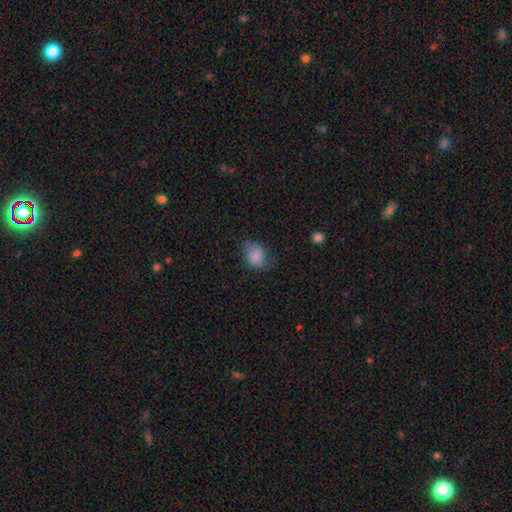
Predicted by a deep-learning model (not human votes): Smooth or featured? Predicted: smooth (p=0.82). How rounded? Predicted: in between (p=0.63). Merging? Predicted: none (p=0.57).